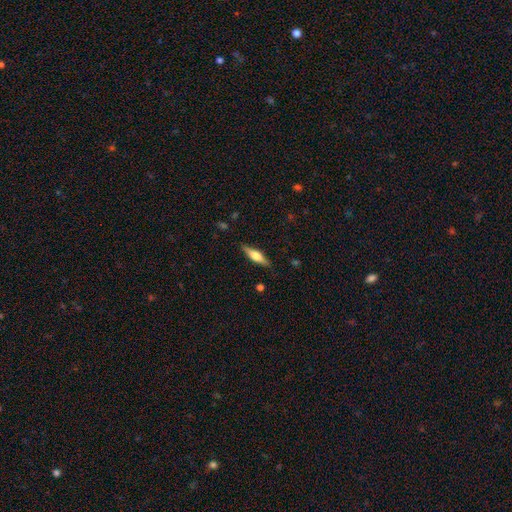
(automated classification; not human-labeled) This is possibly a smooth galaxy (49%). Merging: clearly none (86%).